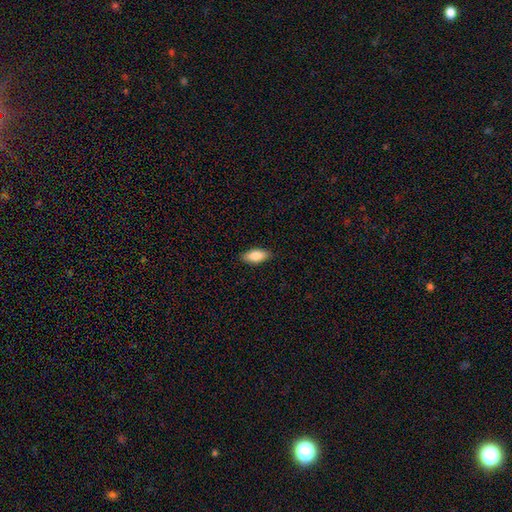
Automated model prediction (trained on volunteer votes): Q: Smooth or featured?
A: smooth (86%); runner-up: featured or disk (8%)
Q: How rounded?
A: in between (88%); runner-up: cigar-shaped (10%)
Q: Merging?
A: none (88%); runner-up: minor disturbance (9%)